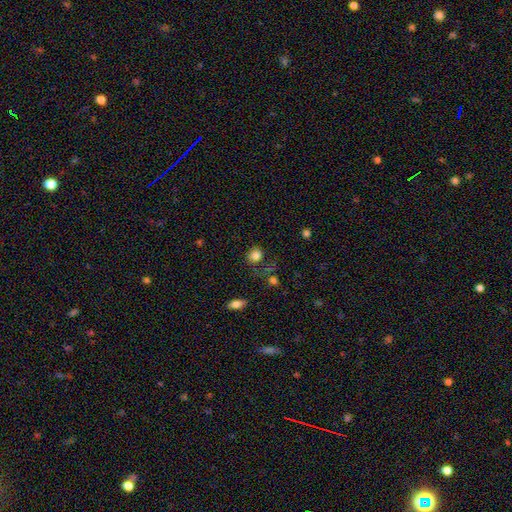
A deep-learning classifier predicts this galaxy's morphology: smooth-or-featured: smooth: 82% | star or artifact: 11% | featured or disk: 7%
  how-rounded: round: 73% | in between: 26% | cigar-shaped: 1%
  merging: none: 62% | minor disturbance: 19% | major disturbance: 14% | merger: 5%